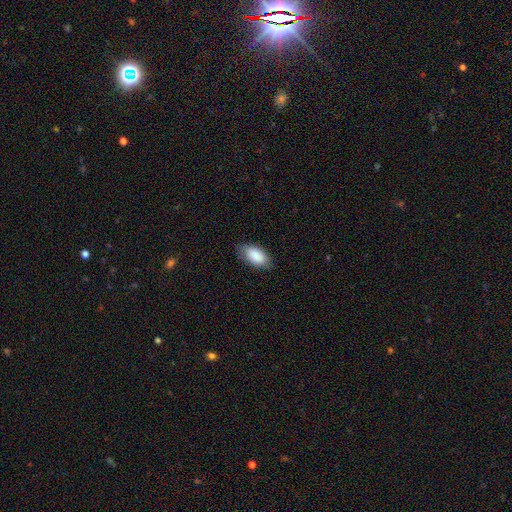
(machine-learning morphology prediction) The model was most divided on "merging": none: 81%, minor disturbance: 15%, major disturbance: 3%, merger: 1%. More confident: how rounded — in between (94%); smooth or featured — smooth (88%).